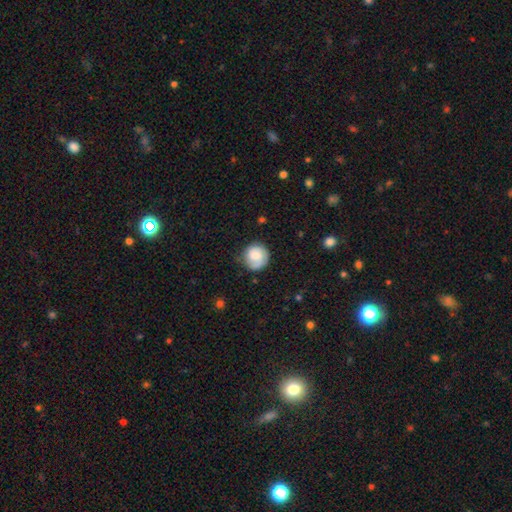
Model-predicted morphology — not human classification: Smooth or featured: smooth — 69% (featured or disk — 24%)
How rounded: round — 91% (in between — 8%)
Merging: none — 72% (minor disturbance — 20%)